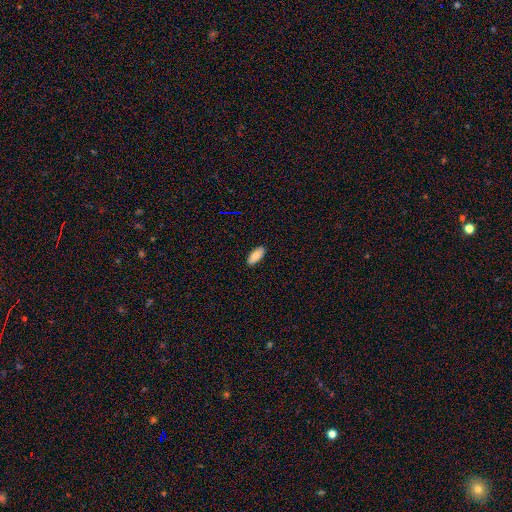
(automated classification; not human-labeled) Morphology: type=smooth (87%); roundness=in between (87%); merging=none (89%).